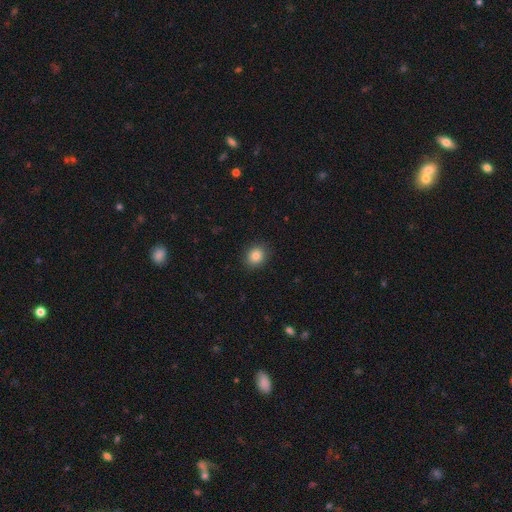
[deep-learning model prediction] smooth-or-featured: smooth: 84% | star or artifact: 10% | featured or disk: 5%
  how-rounded: round: 70% | in between: 29% | cigar-shaped: 1%
  merging: none: 90% | minor disturbance: 7% | major disturbance: 2% | merger: 1%